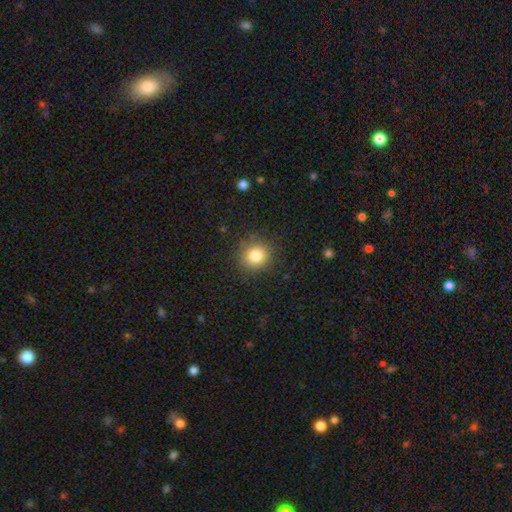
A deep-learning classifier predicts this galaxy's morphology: Smooth or featured?
  - smooth: 82% *
  - star or artifact: 11%
  - featured or disk: 7%
How rounded?
  - round: 88% *
  - in between: 11%
  - cigar-shaped: 1%
Merging?
  - none: 87% *
  - minor disturbance: 9%
  - major disturbance: 3%
  - merger: 1%